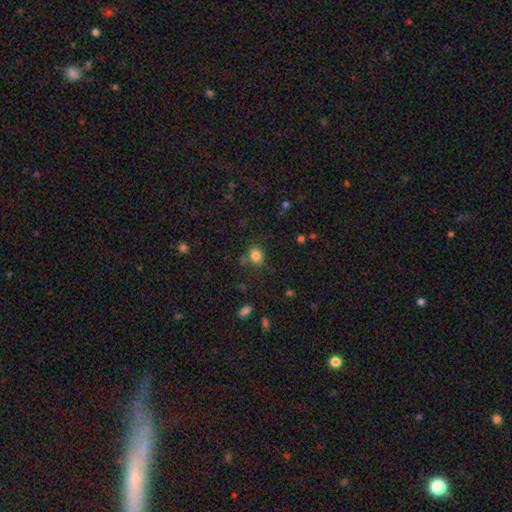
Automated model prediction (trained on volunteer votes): smooth 82%, star or artifact 12%, featured or disk 6%. Down the decision tree: how rounded — round (74%); merging — none (76%).